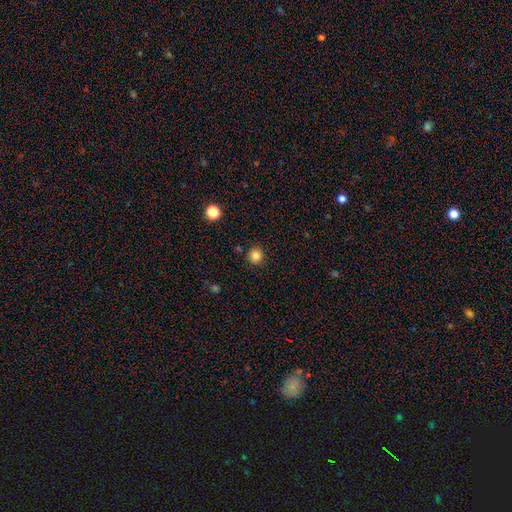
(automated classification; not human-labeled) A smooth galaxy with no disk features (84%) that is round (92%). Merging: none (88%).